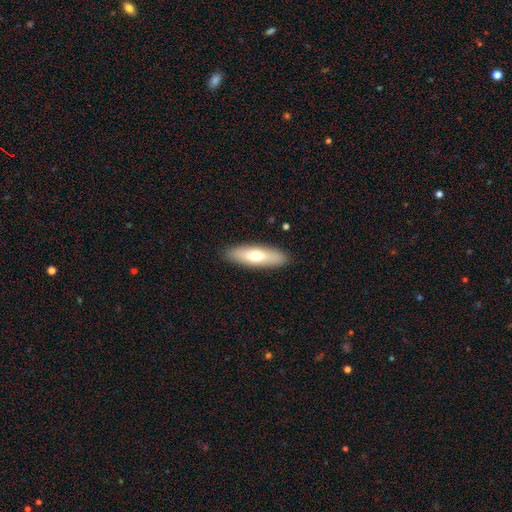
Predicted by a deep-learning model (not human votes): Overall: smooth (65%; featured or disk 29%). How rounded: cigar-shaped (51%; in between 47%). Merging: none (89%).